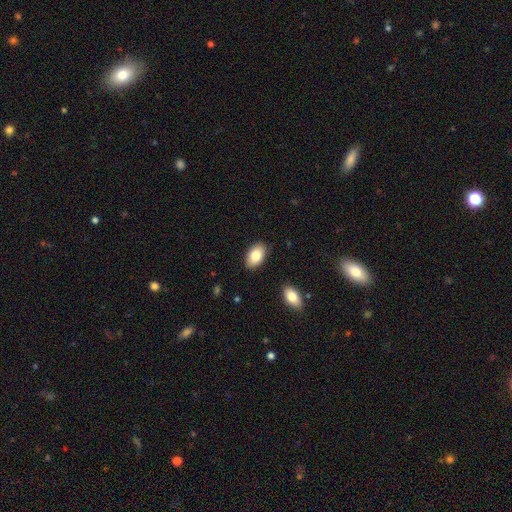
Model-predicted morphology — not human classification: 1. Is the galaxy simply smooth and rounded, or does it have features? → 83% smooth, 11% featured or disk, 7% star or artifact.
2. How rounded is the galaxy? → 93% in between, 5% round, 1% cigar-shaped.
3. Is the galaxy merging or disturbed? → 88% none, 9% minor disturbance, 2% major disturbance, 2% merger.